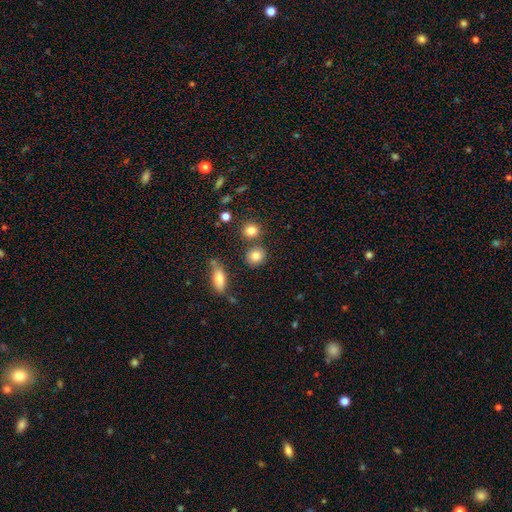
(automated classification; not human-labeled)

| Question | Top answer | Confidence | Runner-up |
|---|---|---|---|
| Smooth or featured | smooth | 82% | star or artifact (11%) |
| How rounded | round | 79% | in between (19%) |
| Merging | none | 75% | merger (11%) |